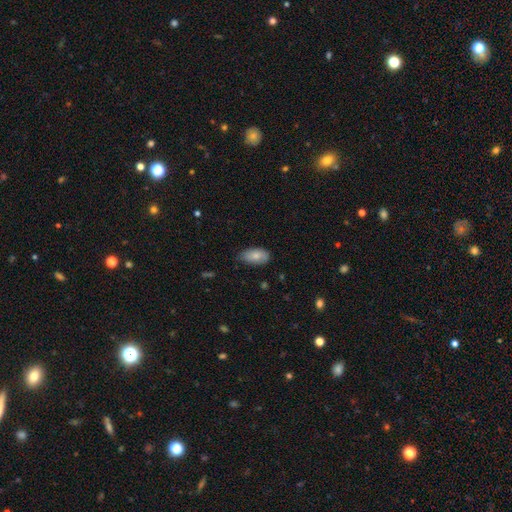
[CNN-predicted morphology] smooth-or-featured: smooth: 81% | featured or disk: 12% | star or artifact: 7%
  how-rounded: in between: 94% | round: 3% | cigar-shaped: 3%
  merging: none: 69% | minor disturbance: 26% | major disturbance: 3% | merger: 1%